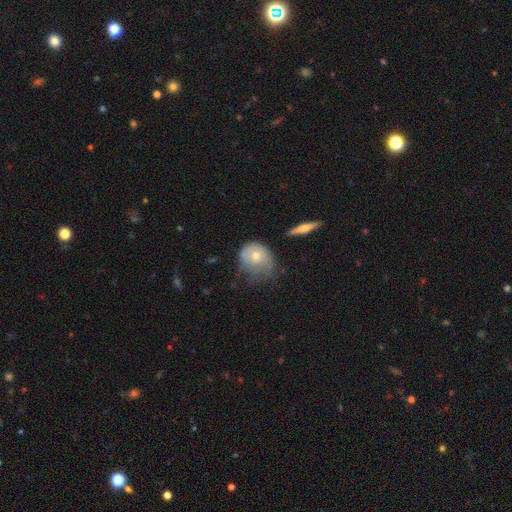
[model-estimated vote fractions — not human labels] Overall: smooth (57%; featured or disk 36%). How rounded: round (67%; in between 31%). Merging: minor disturbance (38%; none 32%).